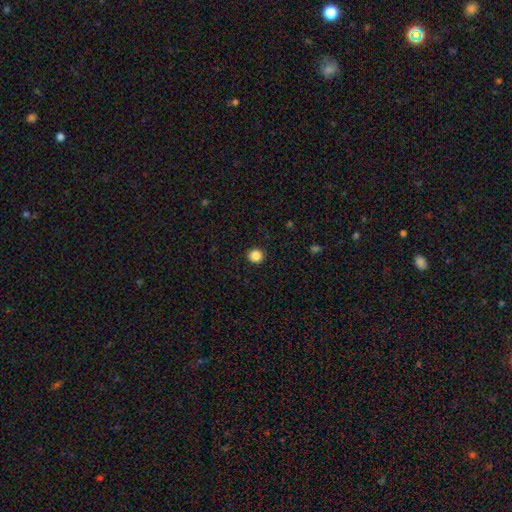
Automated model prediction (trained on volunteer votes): smooth-or-featured: smooth: 87% | star or artifact: 10% | featured or disk: 3%
  how-rounded: round: 93% | in between: 6% | cigar-shaped: 1%
  merging: none: 93% | minor disturbance: 4% | major disturbance: 2% | merger: 1%